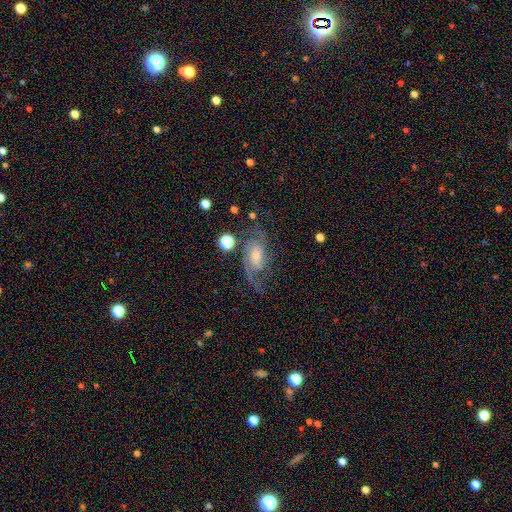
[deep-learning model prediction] A featured or disk galaxy (85%) with no bar (48%), 2 (76%) medium (51%) spiral arms (97%) and a moderate central bulge (42%). Merging: none (72%).